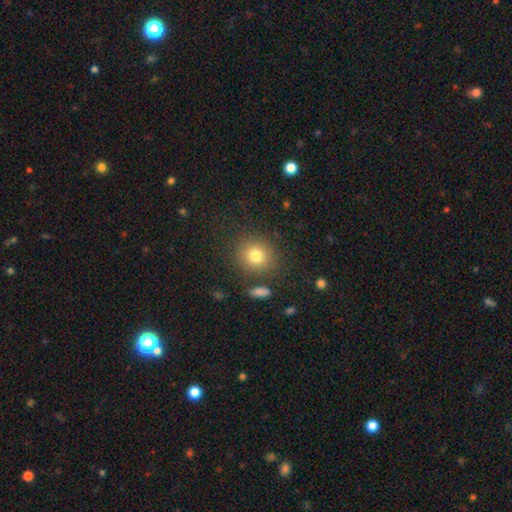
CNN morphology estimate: smooth 79%, star or artifact 13%, featured or disk 9%. Down the decision tree: how rounded — round (83%); merging — none (83%).